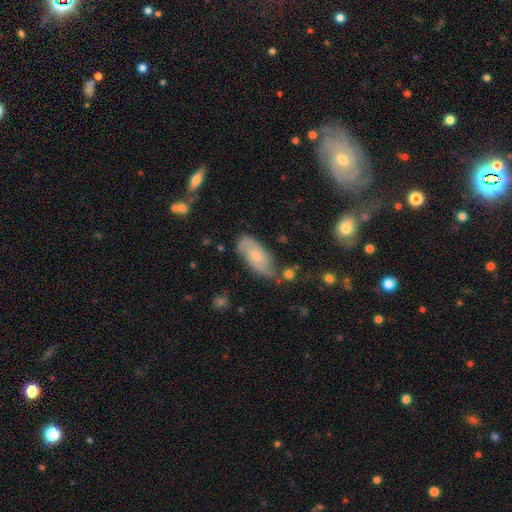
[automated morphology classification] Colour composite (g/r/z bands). It shows a featured or disk galaxy (53%). Merging: none (60%).